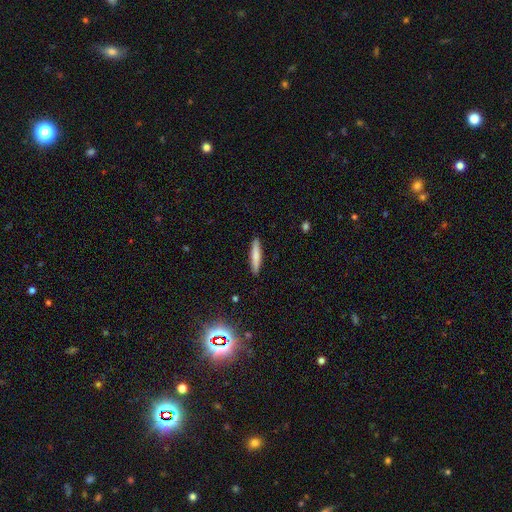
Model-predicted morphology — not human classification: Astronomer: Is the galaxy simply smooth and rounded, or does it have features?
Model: smooth — 74%.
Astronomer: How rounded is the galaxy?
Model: cigar-shaped — 91%.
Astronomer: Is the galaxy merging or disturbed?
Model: none — 91%.